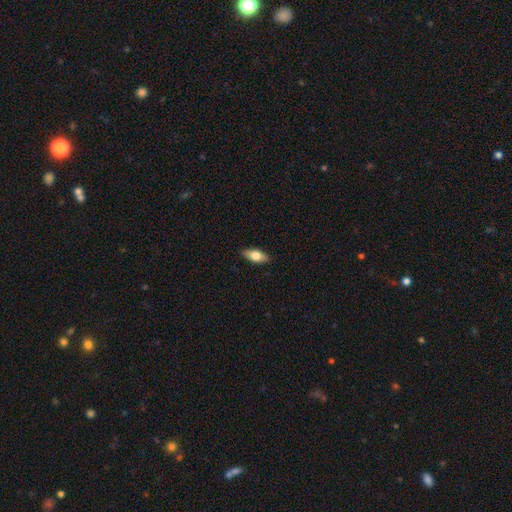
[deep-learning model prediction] Morphology: type=smooth (75%); roundness=in between (85%); merging=none (88%).